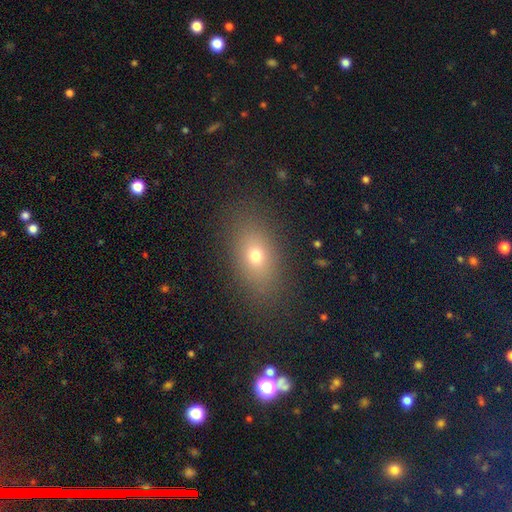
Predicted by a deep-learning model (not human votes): Smooth or featured? smooth (69%)
How rounded? in between (78%)
Merging? none (86%)